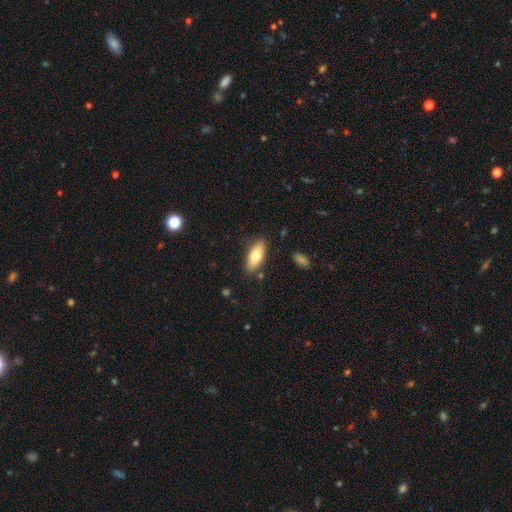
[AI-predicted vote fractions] The model was most divided on "smooth or featured": smooth: 72%, featured or disk: 21%, star or artifact: 6%. More confident: merging — none (84%); how rounded — in between (79%).